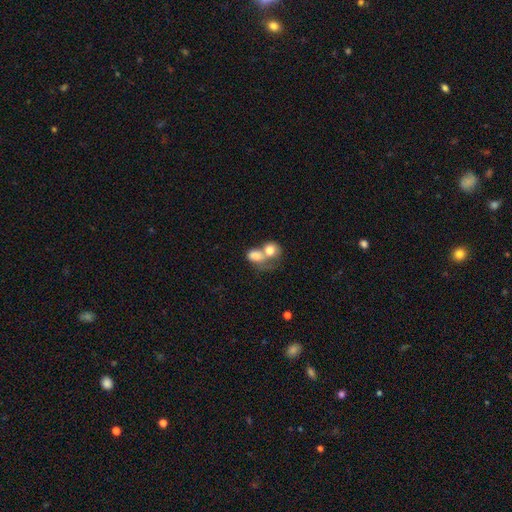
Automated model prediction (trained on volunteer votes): Smooth or featured?
  - smooth: 74% *
  - featured or disk: 17%
  - star or artifact: 9%
How rounded?
  - in between: 57% *
  - round: 41%
  - cigar-shaped: 1%
Merging?
  - merger: 73% *
  - none: 13%
  - major disturbance: 7%
  - minor disturbance: 6%